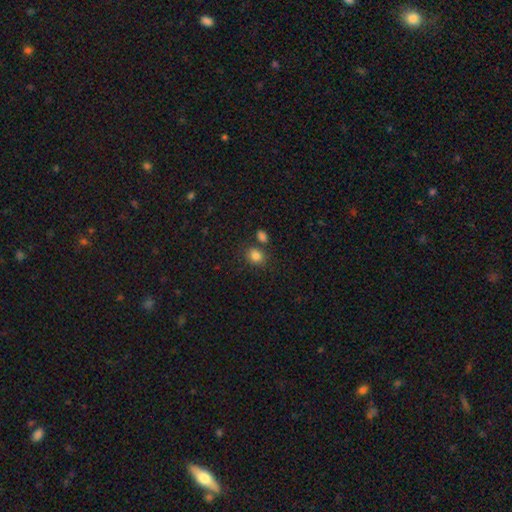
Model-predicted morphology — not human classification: smooth 83%, star or artifact 11%, featured or disk 6%. Down the decision tree: how rounded — round (56%); merging — none (69%).